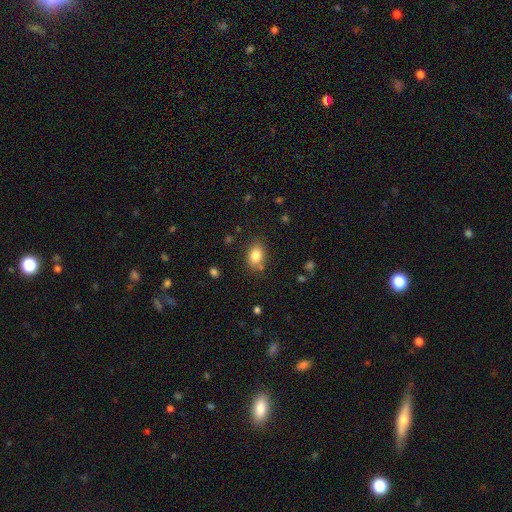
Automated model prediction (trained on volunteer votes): Morphology: type=smooth (83%); roundness=in between (76%); merging=none (79%).